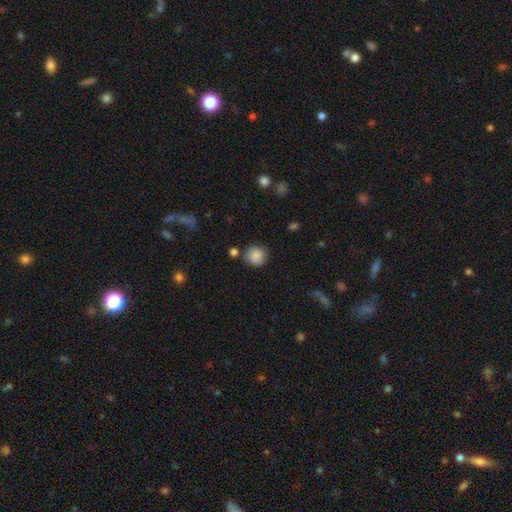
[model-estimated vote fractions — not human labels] The model was most divided on "merging": none: 75%, minor disturbance: 16%, merger: 5%, major disturbance: 4%. More confident: how rounded — round (87%); smooth or featured — smooth (85%).